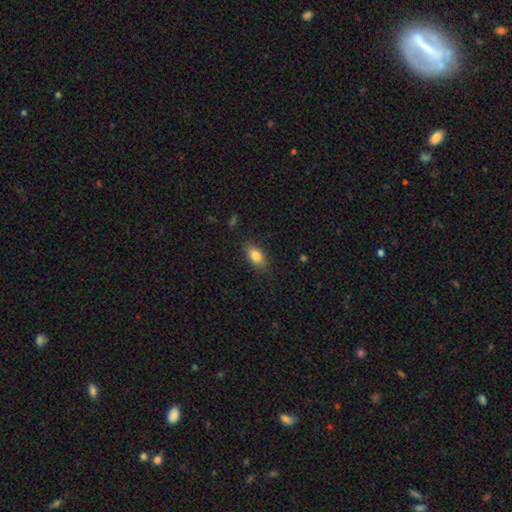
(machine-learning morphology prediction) A smooth galaxy with no disk features (83%) that is in between round and cigar-shaped (88%).

Vote fractions:
- Smooth or featured? smooth: 83% / featured or disk: 9% / star or artifact: 8%
- How rounded? in between: 88% / round: 7% / cigar-shaped: 5%
- Merging? none: 84% / minor disturbance: 12% / major disturbance: 3% / merger: 1%